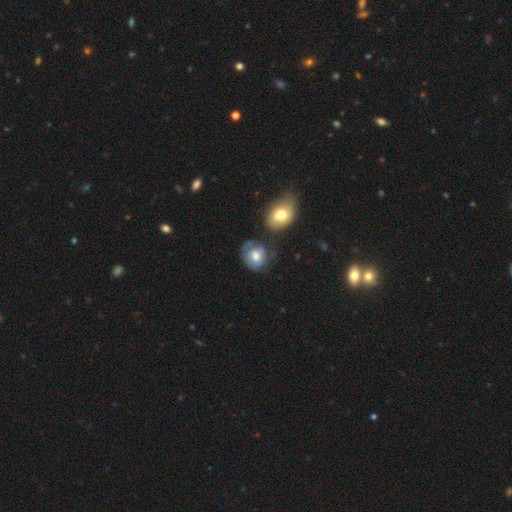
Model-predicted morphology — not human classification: Overall: smooth (60%; featured or disk 33%). How rounded: round (69%; in between 30%). Merging: none (49%; minor disturbance 26%).